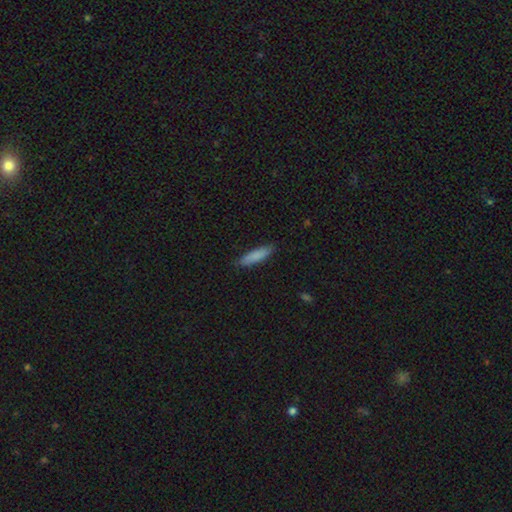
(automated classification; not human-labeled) Smooth or featured? Predicted: smooth (p=0.85). How rounded? Predicted: cigar-shaped (p=0.72). Merging? Predicted: none (p=0.85).